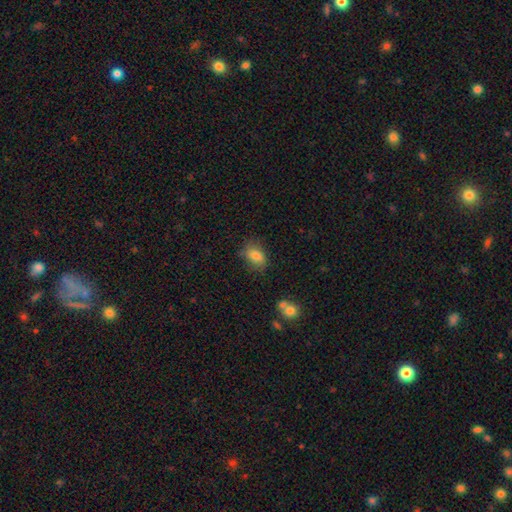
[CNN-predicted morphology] Smooth or featured: smooth — 82% (featured or disk — 9%)
How rounded: in between — 78% (round — 20%)
Merging: none — 73% (minor disturbance — 19%)